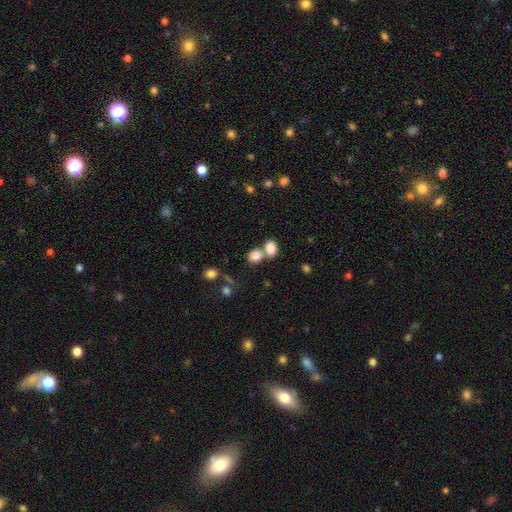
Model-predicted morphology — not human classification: A smooth galaxy with no disk features (82%) that is round (57%). Merging: merger (46%).